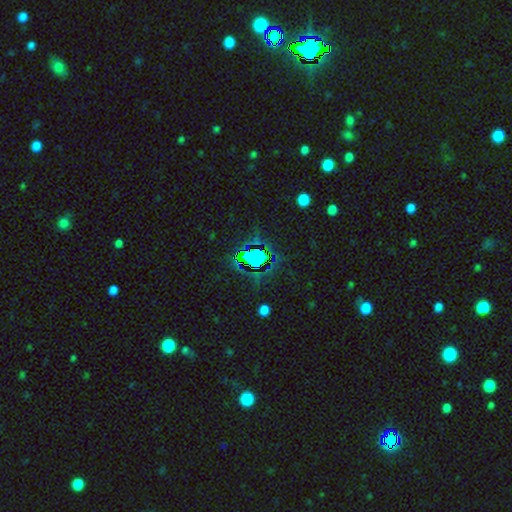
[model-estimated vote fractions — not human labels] This is likely a star or artifact rather than a galaxy (68%).